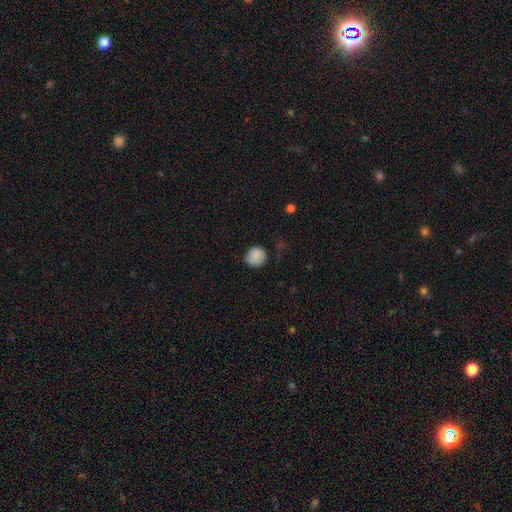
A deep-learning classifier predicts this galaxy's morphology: This appears to be a smooth galaxy with no disk features (85%) that is round (86%). Merging: none (70%).